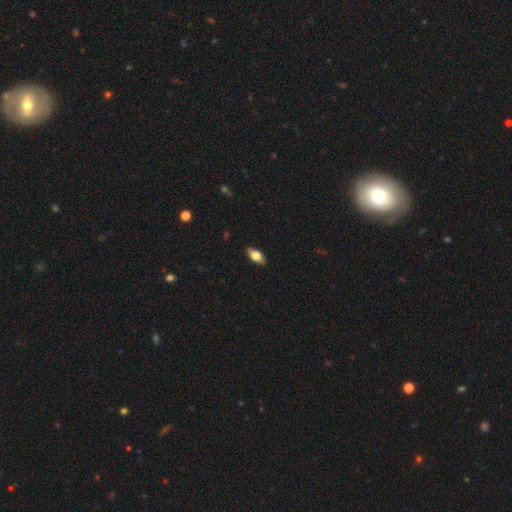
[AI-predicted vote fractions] This appears to be a smooth galaxy with no disk features (60%) that is in between round and cigar-shaped (83%). Merging: none (89%).